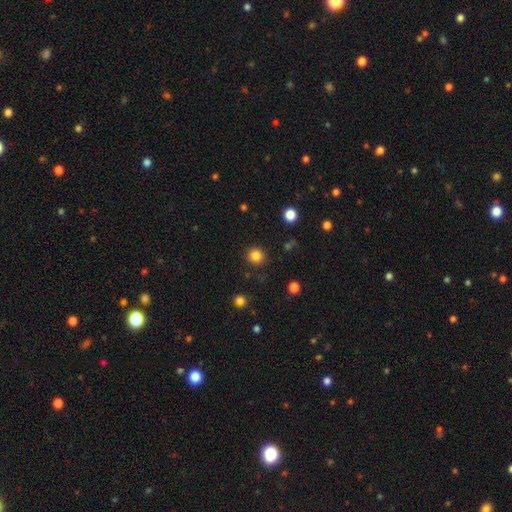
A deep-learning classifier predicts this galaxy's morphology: This appears to be a smooth galaxy with no disk features (84%) that is round (93%). Merging: none (90%).